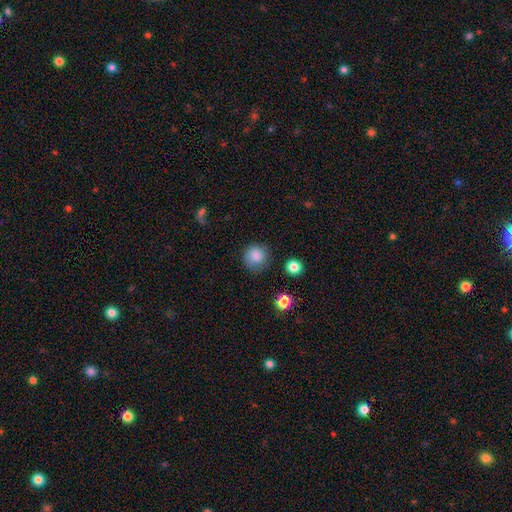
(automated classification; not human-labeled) Smooth or featured? Predicted: smooth (p=0.83). How rounded? Predicted: round (p=0.87). Merging? Predicted: none (p=0.73).